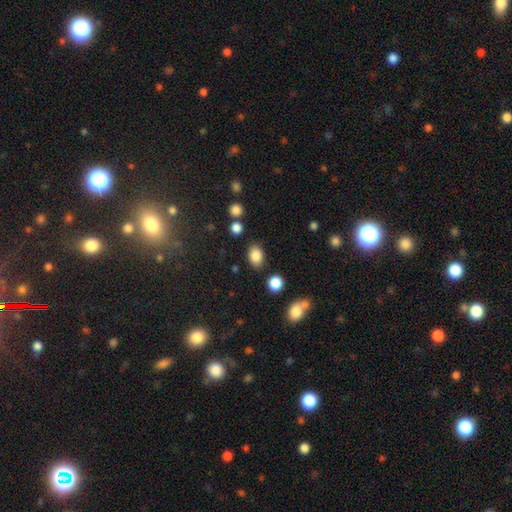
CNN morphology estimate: Smooth or featured: smooth — 85% (star or artifact — 9%)
How rounded: in between — 77% (round — 21%)
Merging: none — 81% (minor disturbance — 12%)